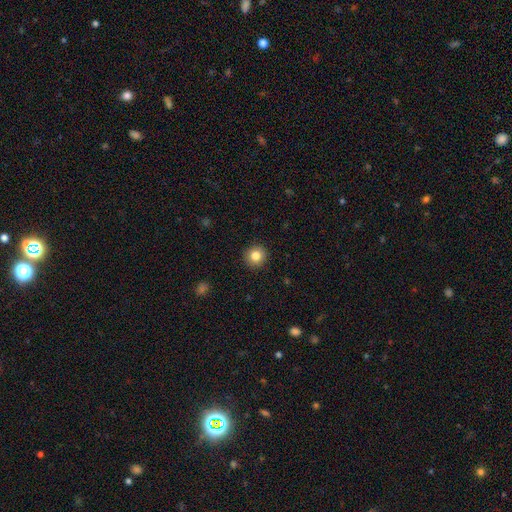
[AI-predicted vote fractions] Smooth or featured?
  - smooth: 83% *
  - star or artifact: 10%
  - featured or disk: 7%
How rounded?
  - round: 93% *
  - in between: 6%
  - cigar-shaped: 1%
Merging?
  - none: 92% *
  - minor disturbance: 5%
  - major disturbance: 2%
  - merger: 1%